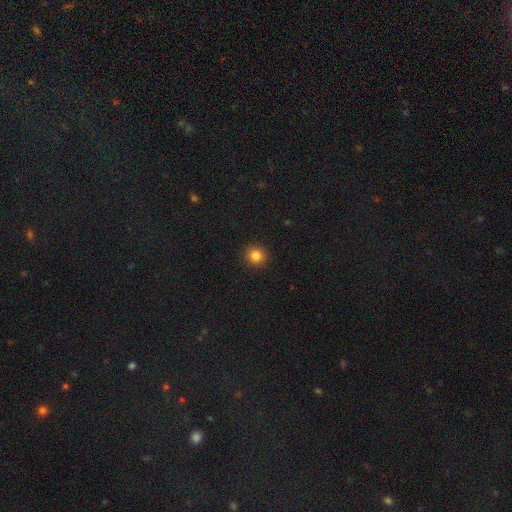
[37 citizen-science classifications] Morphology: type=smooth (92%); roundness=round (97%); merging=none (91%).